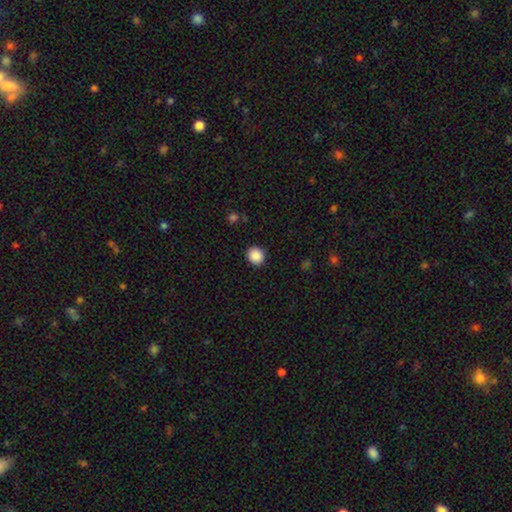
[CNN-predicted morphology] Smooth or featured: smooth — 88% (star or artifact — 9%)
How rounded: round — 87% (in between — 12%)
Merging: none — 91% (minor disturbance — 6%)